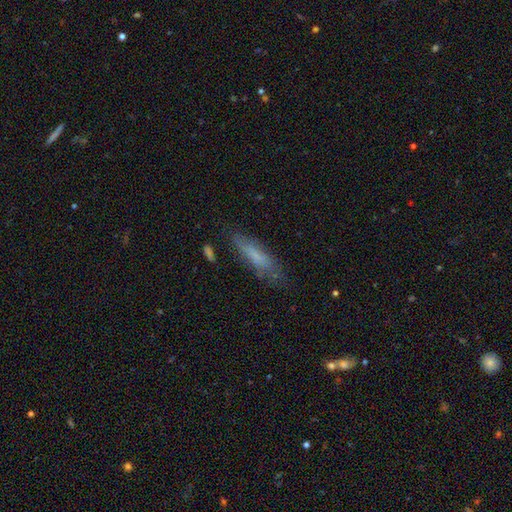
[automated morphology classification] type=smooth (65%); roundness=cigar-shaped (71%); merging=none (68%).